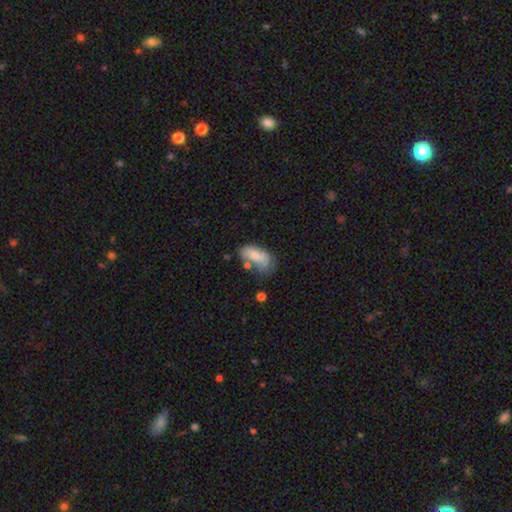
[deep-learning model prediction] Smooth or featured? smooth (67%)
How rounded? in between (91%)
Merging? none (33%)